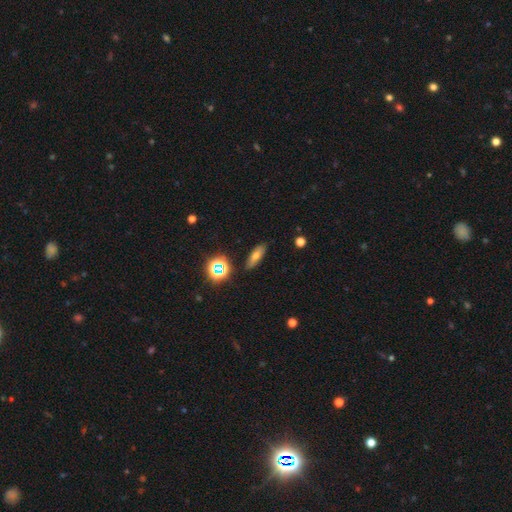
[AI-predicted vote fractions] The model was most divided on "how rounded": in between: 57%, cigar-shaped: 36%, round: 7%. More confident: merging — none (85%); smooth or featured — smooth (62%).